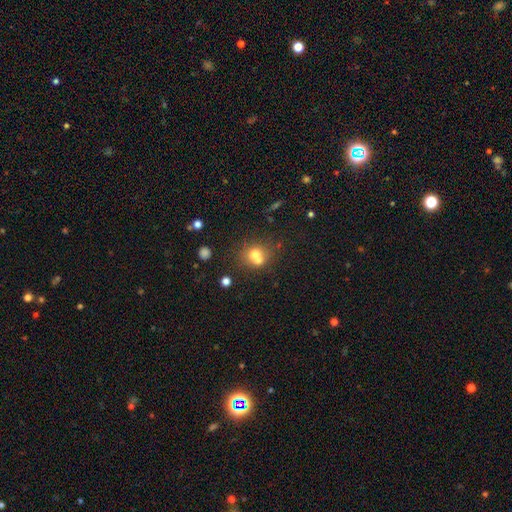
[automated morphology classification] smooth-or-featured: smooth: 69% | featured or disk: 17% | star or artifact: 14%
  how-rounded: round: 78% | in between: 21% | cigar-shaped: 1%
  merging: merger: 46% | none: 42% | minor disturbance: 8% | major disturbance: 4%